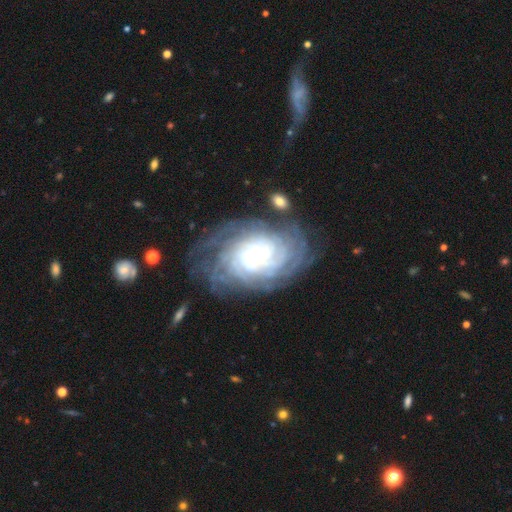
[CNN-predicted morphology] The model was most divided on "spiral arm count": more than 4: 30%, can't tell: 29%, 4: 18%, 3: 9%, 2: 8%, 1: 6%. More confident: spiral arms — yes (97%); edge-on disk — no (97%); smooth or featured — featured or disk (88%); spiral winding — tight (81%); bar — no (74%); merging — none (72%); bulge size — small (67%).